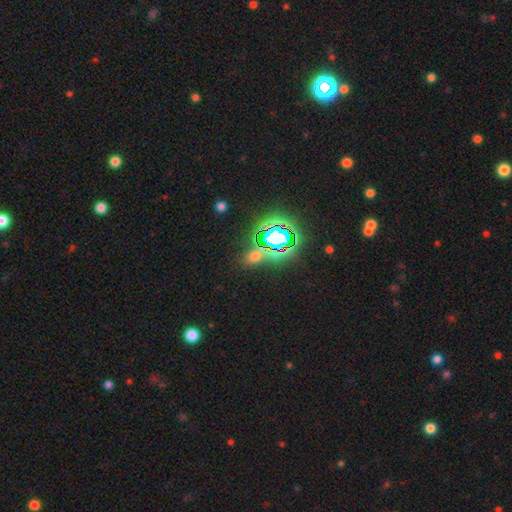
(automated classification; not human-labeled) Smooth or featured? Predicted: star or artifact (p=0.51).